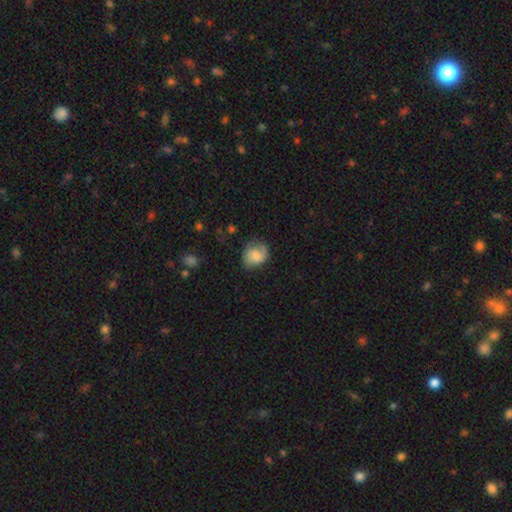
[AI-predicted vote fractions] smooth_or_featured: smooth (p=0.59) [alt: featured or disk p=0.32]
how_rounded: round (p=0.54) [alt: in between p=0.45]
merging: none (p=0.57) [alt: minor disturbance p=0.29]